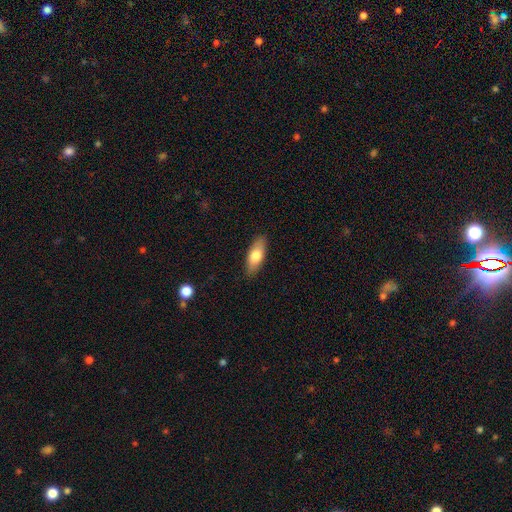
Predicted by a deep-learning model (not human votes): Overall: smooth (74%). How rounded: in between (74%). Merging: none (88%).